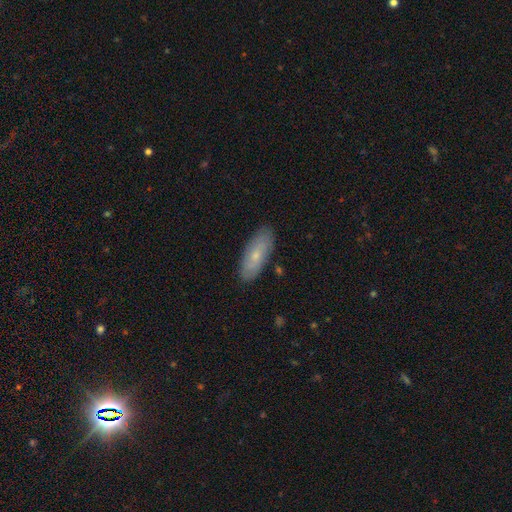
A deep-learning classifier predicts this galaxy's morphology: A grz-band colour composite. It shows a smooth galaxy with no disk features (59%) that is in between round and cigar-shaped (75%). Merging: none (85%).